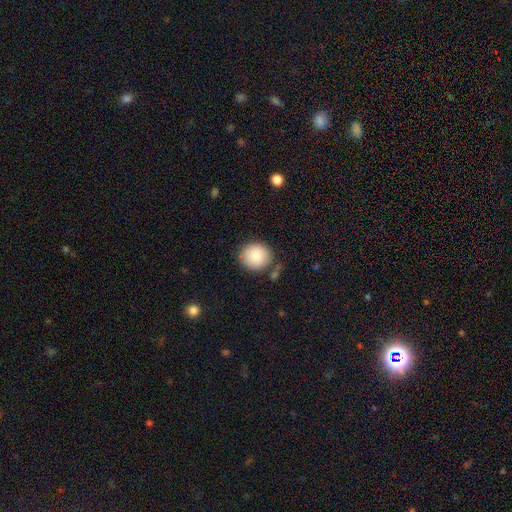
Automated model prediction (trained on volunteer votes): This appears to be a smooth galaxy with no disk features (87%) that is round (88%). Merging: none (79%).